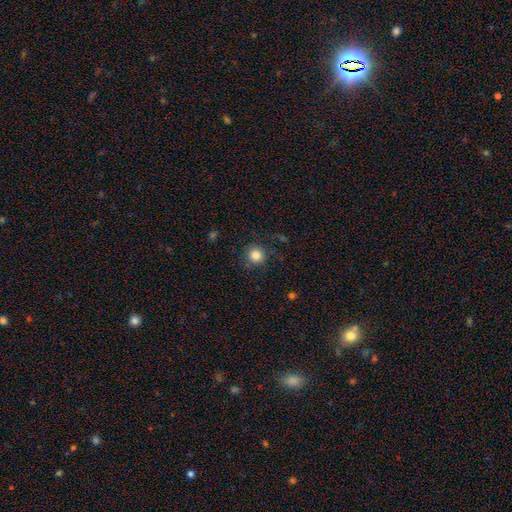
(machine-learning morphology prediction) smooth-or-featured: smooth: 84% | star or artifact: 11% | featured or disk: 5%
  how-rounded: round: 93% | in between: 6% | cigar-shaped: 1%
  merging: none: 84% | minor disturbance: 10% | major disturbance: 4% | merger: 1%